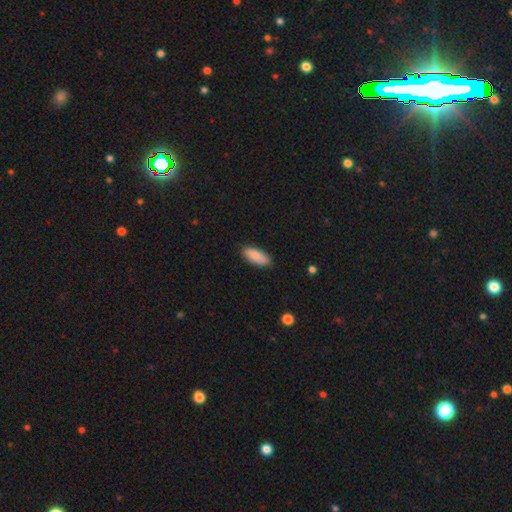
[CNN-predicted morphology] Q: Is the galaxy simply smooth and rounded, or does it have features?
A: smooth — 87%.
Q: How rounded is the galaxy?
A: in between — 75%.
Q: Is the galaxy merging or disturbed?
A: none — 87%.